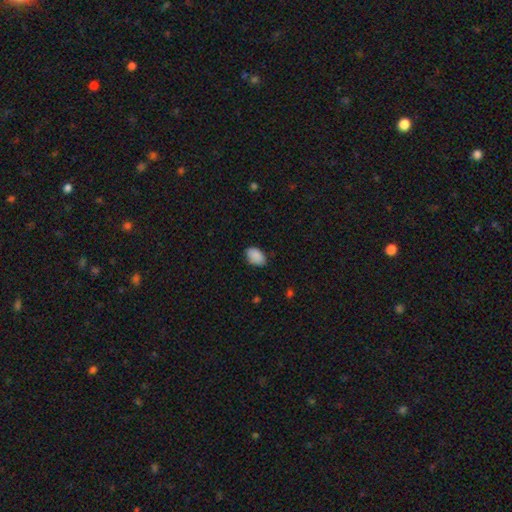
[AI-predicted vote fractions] This is clearly a smooth galaxy (89%). How rounded: clearly in between (89%). Merging: likely none (78%).